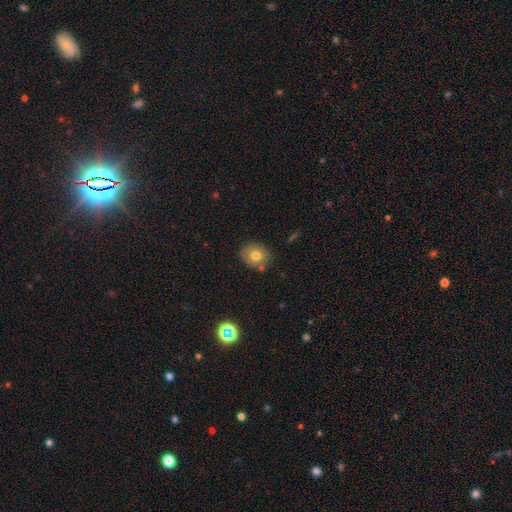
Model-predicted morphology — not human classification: smooth_or_featured: smooth (p=0.71) [alt: featured or disk p=0.19]
how_rounded: round (p=0.71) [alt: in between p=0.28]
merging: none (p=0.80) [alt: minor disturbance p=0.13]